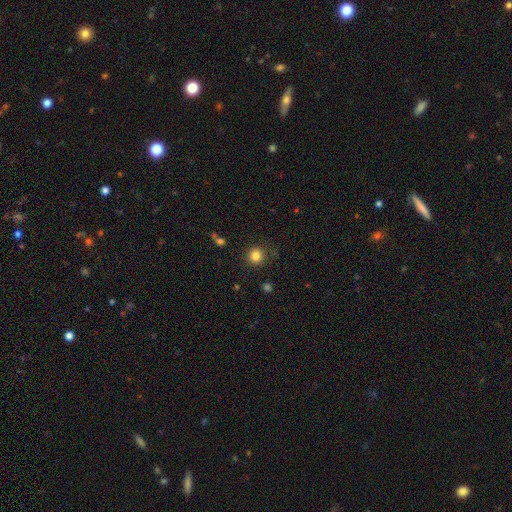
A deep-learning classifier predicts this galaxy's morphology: This appears to be a smooth galaxy with no disk features (83%) that is round (91%). Merging: none (87%).